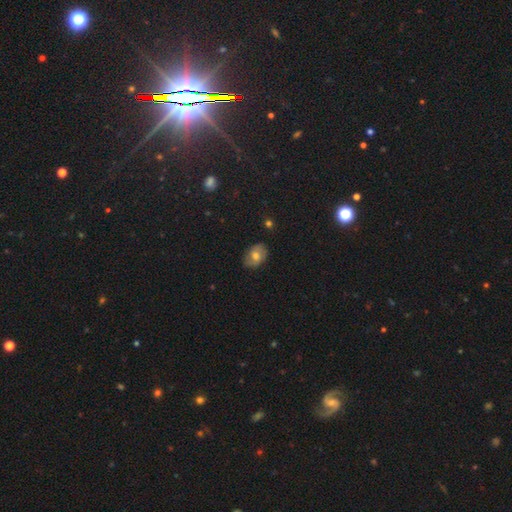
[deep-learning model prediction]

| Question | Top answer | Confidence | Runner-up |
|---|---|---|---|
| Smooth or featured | smooth | 57% | featured or disk (33%) |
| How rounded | in between | 75% | round (24%) |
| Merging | none | 77% | minor disturbance (18%) |